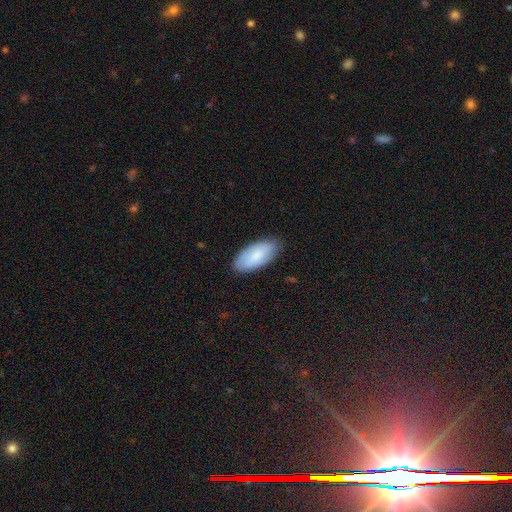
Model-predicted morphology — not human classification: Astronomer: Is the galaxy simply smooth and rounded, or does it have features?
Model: smooth — 77%.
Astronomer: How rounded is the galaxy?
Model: in between — 91%.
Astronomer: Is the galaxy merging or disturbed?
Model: none — 83%.